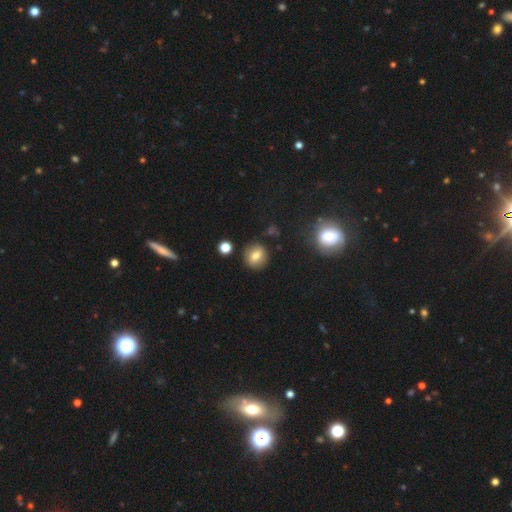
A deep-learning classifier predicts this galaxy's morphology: This is likely a smooth galaxy (77%). How rounded: likely round (76%). Merging: clearly none (84%).